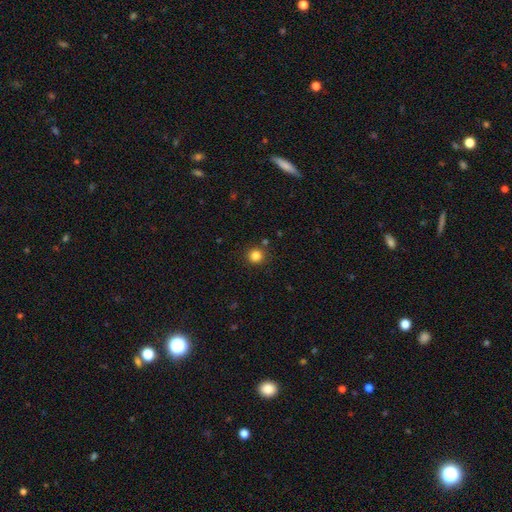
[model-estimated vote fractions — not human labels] Smooth or featured? smooth (84%)
How rounded? round (93%)
Merging? none (88%)